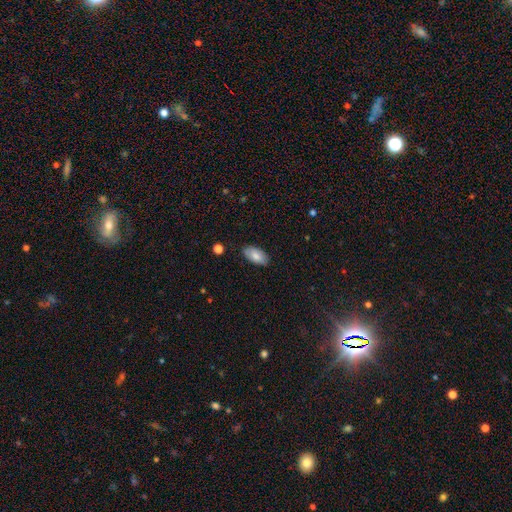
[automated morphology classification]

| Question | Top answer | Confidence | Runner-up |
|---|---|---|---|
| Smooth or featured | smooth | 80% | featured or disk (14%) |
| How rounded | in between | 94% | cigar-shaped (3%) |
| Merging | none | 84% | minor disturbance (13%) |